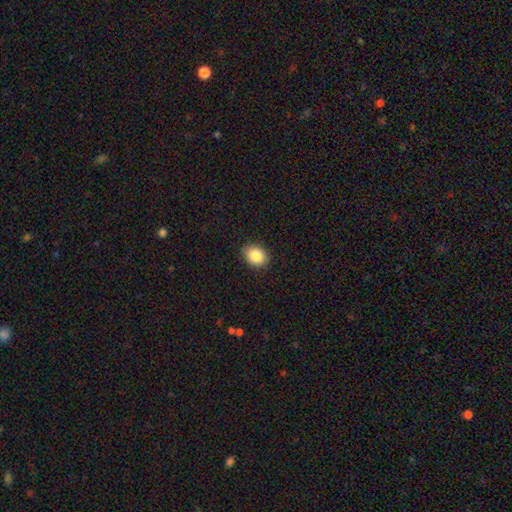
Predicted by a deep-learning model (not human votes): Smooth or featured? Predicted: smooth (p=0.86). How rounded? Predicted: in between (p=0.65). Merging? Predicted: none (p=0.88).